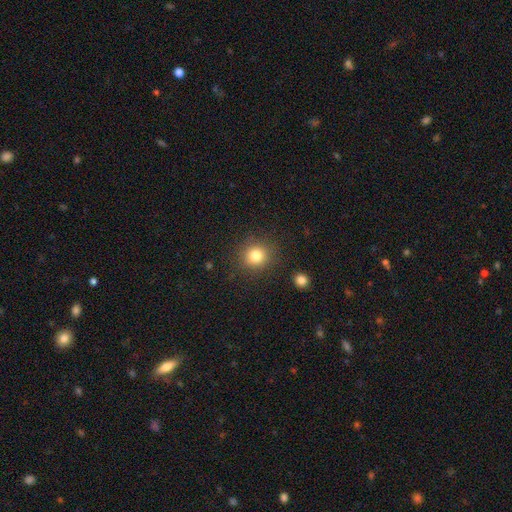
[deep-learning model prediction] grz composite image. It shows a smooth galaxy with no disk features (81%) that is round (89%). Merging: none (87%).